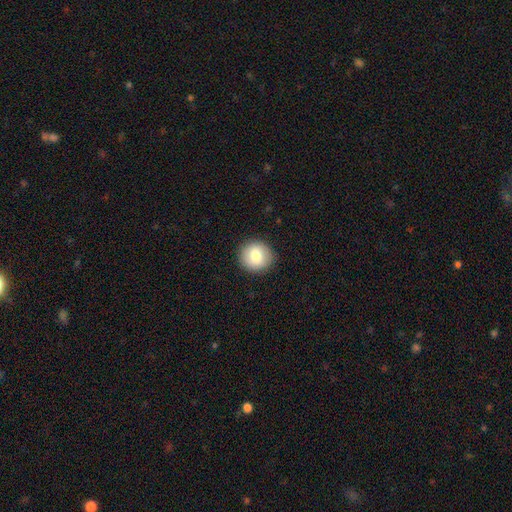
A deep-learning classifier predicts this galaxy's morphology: Smooth or featured? Predicted: smooth (p=0.78). How rounded? Predicted: round (p=0.89). Merging? Predicted: none (p=0.90).